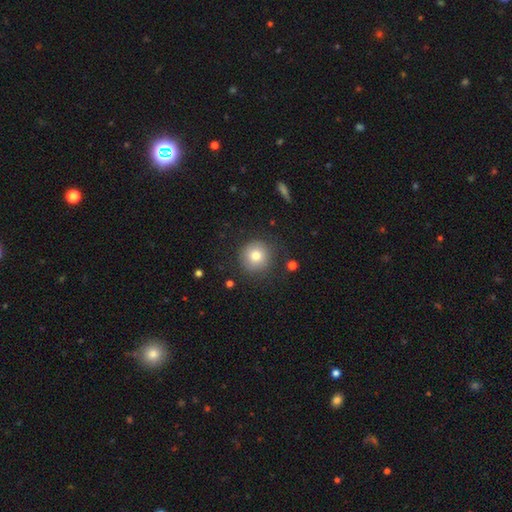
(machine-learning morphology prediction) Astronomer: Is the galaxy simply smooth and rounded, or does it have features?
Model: smooth — 79%.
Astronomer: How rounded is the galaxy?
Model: round — 94%.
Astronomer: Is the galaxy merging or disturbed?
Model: none — 85%.